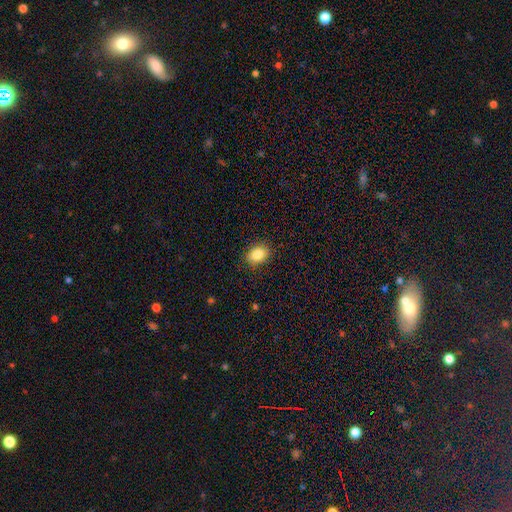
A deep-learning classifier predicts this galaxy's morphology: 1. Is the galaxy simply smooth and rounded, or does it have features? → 86% smooth, 8% star or artifact, 5% featured or disk.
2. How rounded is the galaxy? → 75% in between, 24% round, 1% cigar-shaped.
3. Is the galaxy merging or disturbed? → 87% none, 9% minor disturbance, 2% major disturbance, 1% merger.